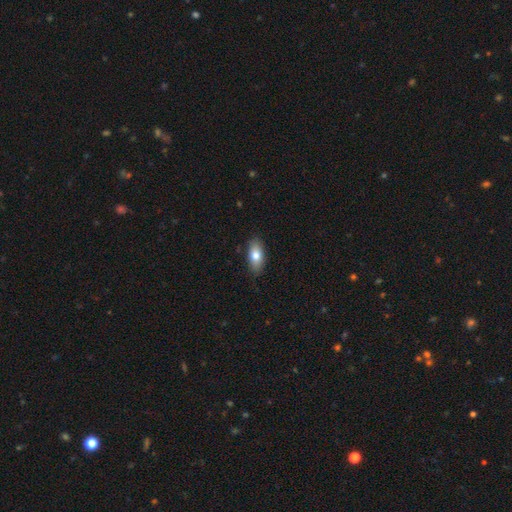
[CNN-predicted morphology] A smooth galaxy with no disk features (76%) that is in between round and cigar-shaped (84%). Merging: none (85%).